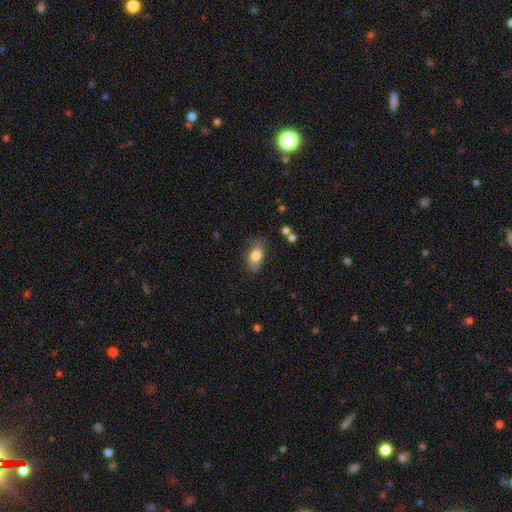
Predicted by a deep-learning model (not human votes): This appears to be a smooth galaxy with no disk features (76%) that is in between round and cigar-shaped (85%). Merging: none (77%).